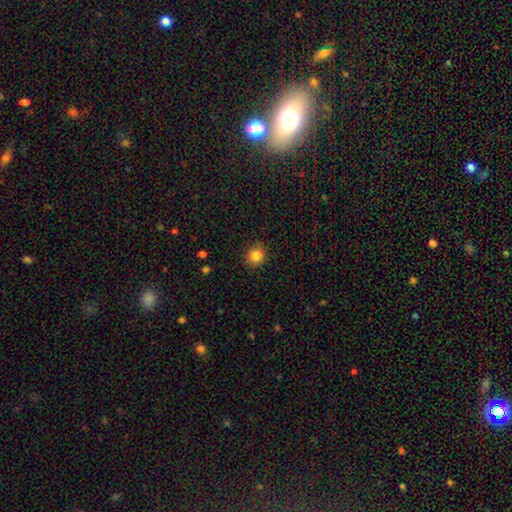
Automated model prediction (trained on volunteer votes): Smooth or featured? smooth (85%)
How rounded? round (86%)
Merging? none (87%)